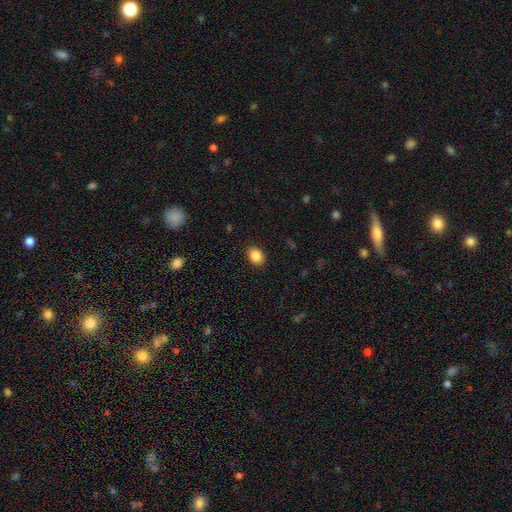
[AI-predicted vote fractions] A smooth galaxy with no disk features (86%) that is in between round and cigar-shaped (65%).

Vote fractions:
- Smooth or featured? smooth: 86% / star or artifact: 9% / featured or disk: 5%
- How rounded? in between: 65% / round: 34% / cigar-shaped: 1%
- Merging? none: 89% / minor disturbance: 8% / major disturbance: 2% / merger: 1%